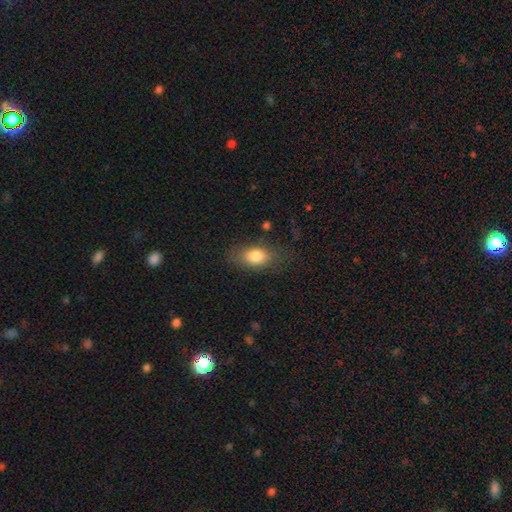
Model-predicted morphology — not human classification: smooth-or-featured: smooth: 81% | featured or disk: 11% | star or artifact: 8%
  how-rounded: in between: 85% | round: 10% | cigar-shaped: 5%
  merging: none: 74% | minor disturbance: 17% | major disturbance: 7% | merger: 2%